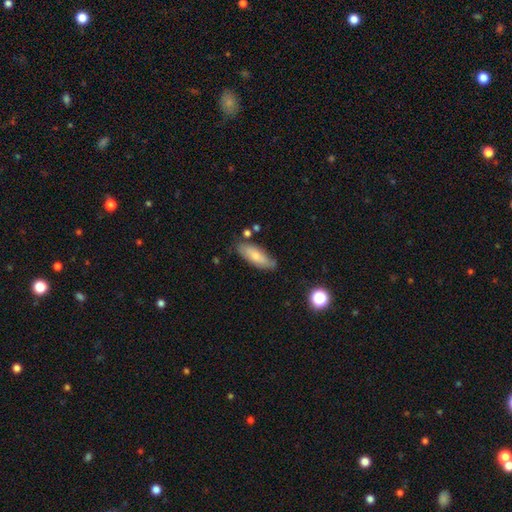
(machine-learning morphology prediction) Overall: smooth (70%). How rounded: in between (67%; cigar-shaped 30%). Merging: none (70%).